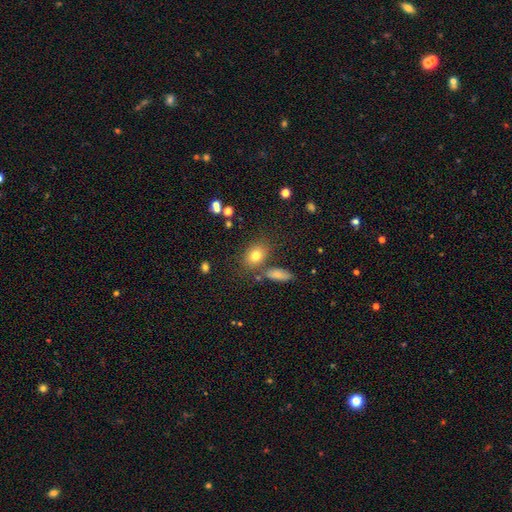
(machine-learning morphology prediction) smooth-or-featured: smooth: 76% | star or artifact: 12% | featured or disk: 12%
  how-rounded: in between: 65% | round: 33% | cigar-shaped: 2%
  merging: none: 71% | minor disturbance: 13% | merger: 11% | major disturbance: 5%